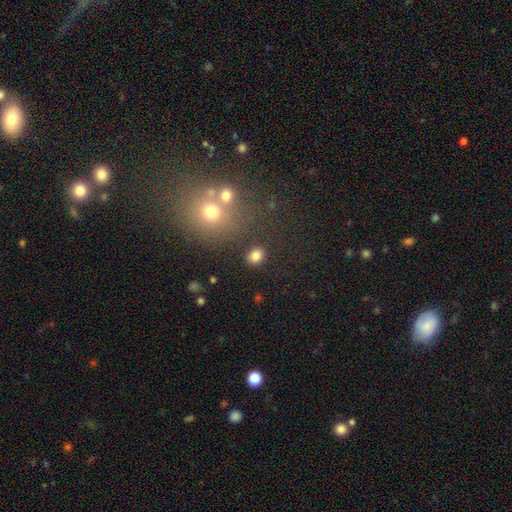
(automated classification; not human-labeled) Smooth or featured? smooth (81%)
How rounded? round (56%)
Merging? none (84%)